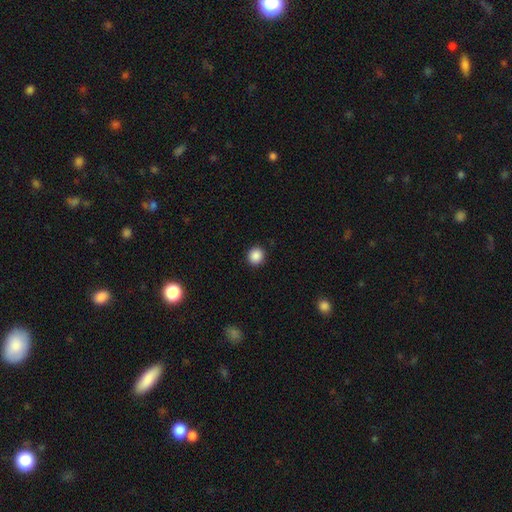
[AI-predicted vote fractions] Smooth or featured? smooth (88%)
How rounded? round (89%)
Merging? none (92%)